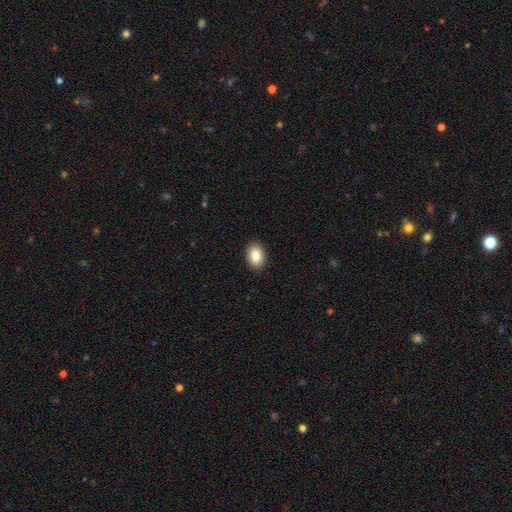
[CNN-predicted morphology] Overall: smooth (85%). How rounded: in between (72%). Merging: none (91%).